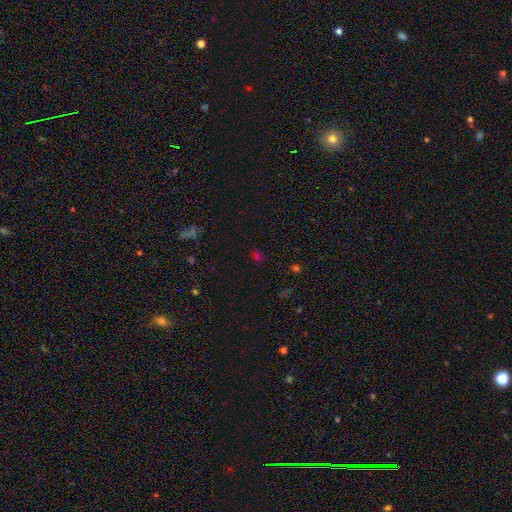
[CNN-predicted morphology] type=smooth (47%); merging=none (75%).